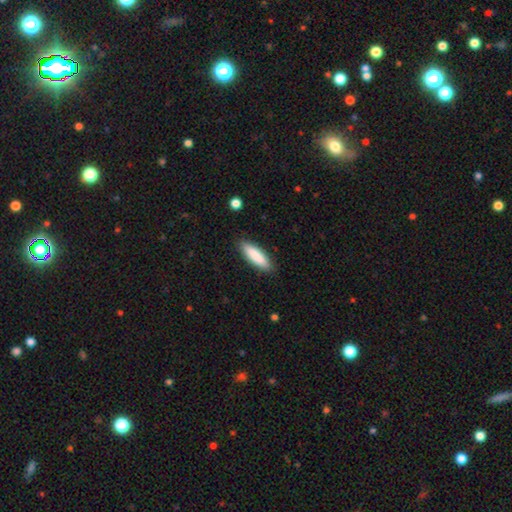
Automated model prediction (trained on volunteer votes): A smooth galaxy with no disk features (84%) that is cigar-shaped (58%). Merging: none (88%).